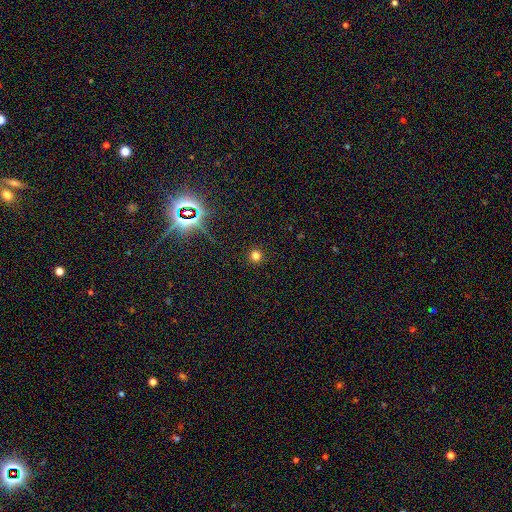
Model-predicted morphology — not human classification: type=smooth (75%); roundness=round (95%); merging=none (92%).